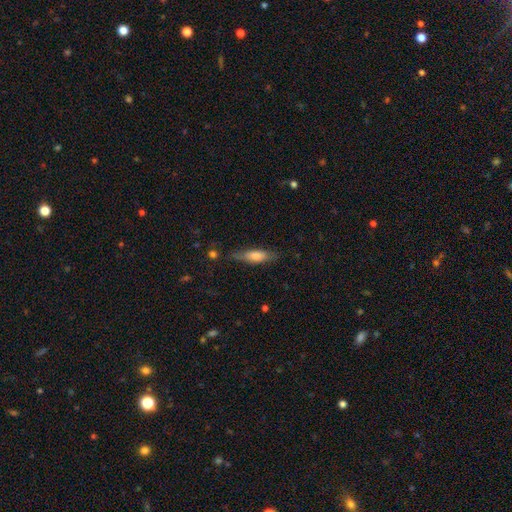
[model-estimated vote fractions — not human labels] A smooth galaxy with no disk features (63%) that is cigar-shaped (61%). Merging: none (73%).